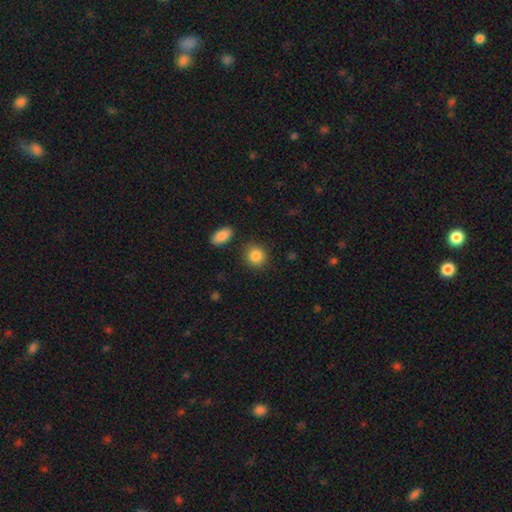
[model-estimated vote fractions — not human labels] smooth-or-featured: smooth: 88% | star or artifact: 8% | featured or disk: 4%
  how-rounded: round: 81% | in between: 18% | cigar-shaped: 1%
  merging: none: 84% | minor disturbance: 9% | merger: 4% | major disturbance: 3%